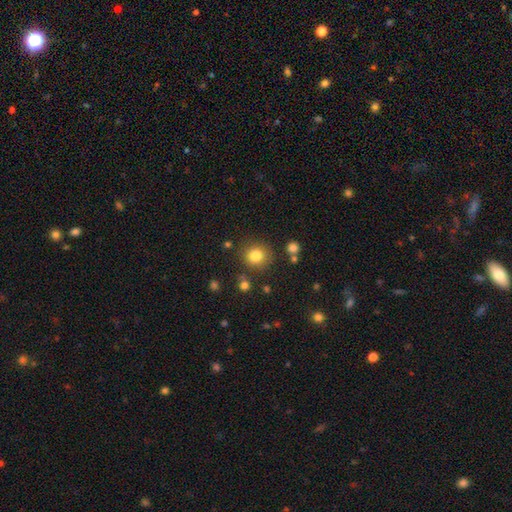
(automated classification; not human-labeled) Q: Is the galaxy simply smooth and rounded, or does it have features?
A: smooth — 82%.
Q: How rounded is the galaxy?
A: round — 89%.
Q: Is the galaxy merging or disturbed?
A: none — 82%.